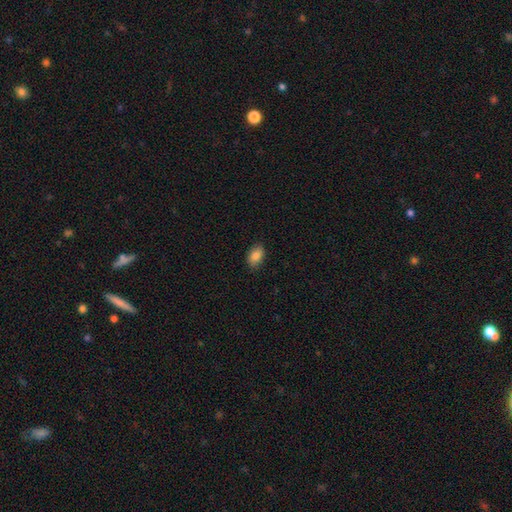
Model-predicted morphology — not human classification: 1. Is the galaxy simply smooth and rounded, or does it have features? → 85% smooth, 8% star or artifact, 7% featured or disk.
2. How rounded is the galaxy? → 89% in between, 9% round, 2% cigar-shaped.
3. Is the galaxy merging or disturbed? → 86% none, 11% minor disturbance, 2% major disturbance, 1% merger.